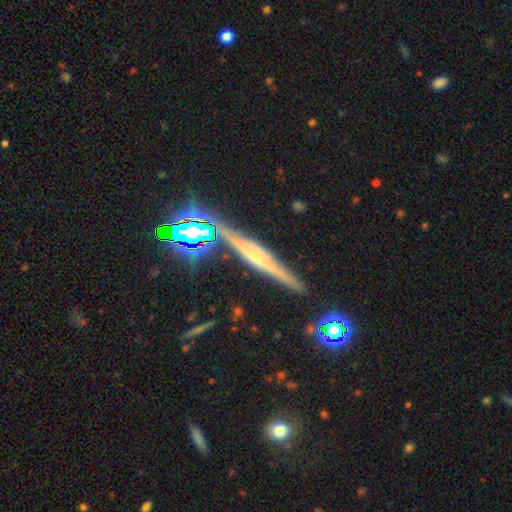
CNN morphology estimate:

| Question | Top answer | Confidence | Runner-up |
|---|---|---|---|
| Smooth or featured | featured or disk | 70% | star or artifact (18%) |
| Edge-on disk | yes | 97% | no (3%) |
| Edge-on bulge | rounded | 71% | none (16%) |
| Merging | none | 86% | minor disturbance (8%) |